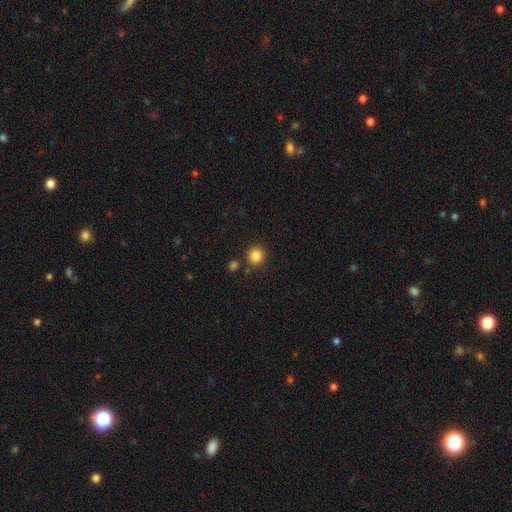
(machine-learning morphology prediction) type=smooth (85%); roundness=round (91%); merging=none (84%).